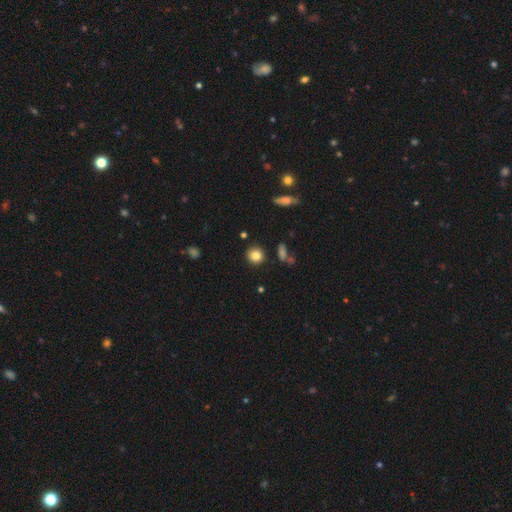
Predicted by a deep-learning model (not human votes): Smooth or featured? smooth (83%)
How rounded? round (88%)
Merging? none (88%)